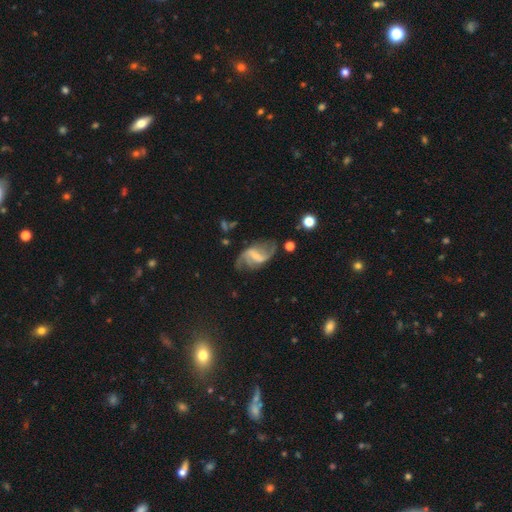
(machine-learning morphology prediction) Smooth or featured?
  - featured or disk: 82% *
  - smooth: 11%
  - star or artifact: 7%
Edge-on disk?
  - no: 97% *
  - yes: 3%
Bar?
  - weak: 48% *
  - strong: 35%
  - no: 17%
Spiral arms?
  - yes: 93% *
  - no: 7%
Spiral winding?
  - loose: 59% *
  - medium: 32%
  - tight: 9%
Spiral arm count?
  - 2: 79% *
  - can't tell: 8%
  - 3: 5%
  - 1: 3%
  - 4: 2%
  - more than 4: 2%
Bulge size?
  - small: 38% *
  - none: 37%
  - moderate: 20%
  - large: 4%
  - dominant: 1%
Merging?
  - none: 61% *
  - minor disturbance: 20%
  - major disturbance: 15%
  - merger: 3%